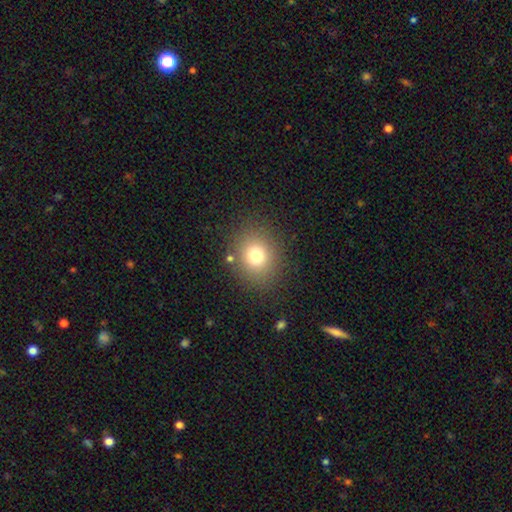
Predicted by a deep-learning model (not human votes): Smooth or featured? Predicted: smooth (p=0.75). How rounded? Predicted: round (p=0.78). Merging? Predicted: none (p=0.85).